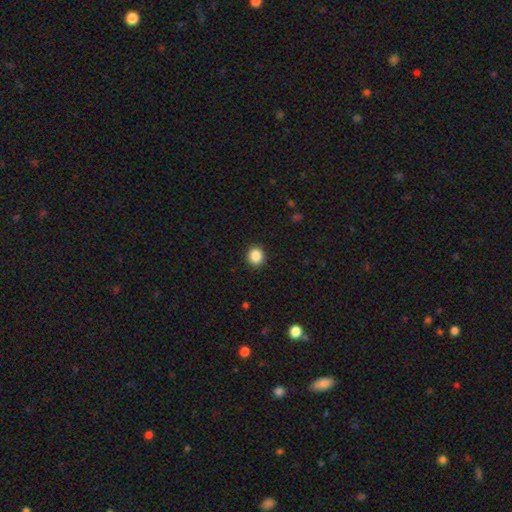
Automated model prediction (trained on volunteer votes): A smooth galaxy with no disk features (88%) that is round (80%).

Vote fractions:
- Smooth or featured? smooth: 88% / star or artifact: 9% / featured or disk: 3%
- How rounded? round: 80% / in between: 19% / cigar-shaped: 1%
- Merging? none: 91% / minor disturbance: 6% / major disturbance: 2% / merger: 1%